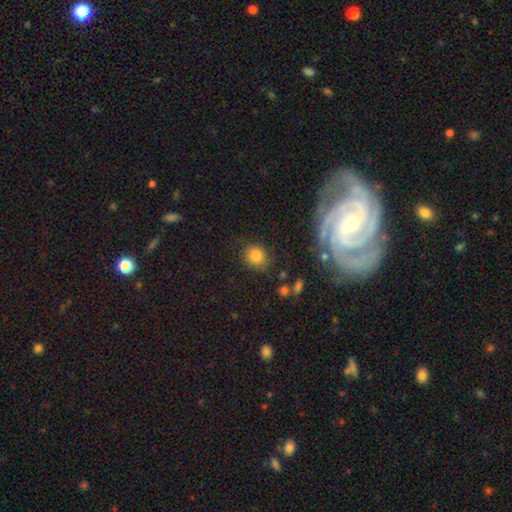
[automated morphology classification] type=smooth (81%); roundness=round (82%); merging=none (78%).